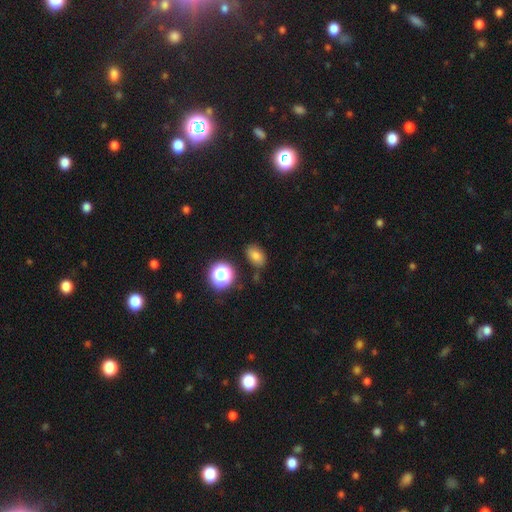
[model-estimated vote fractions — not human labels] Smooth or featured: smooth — 76% (star or artifact — 16%)
How rounded: in between — 79% (round — 20%)
Merging: none — 78% (minor disturbance — 14%)